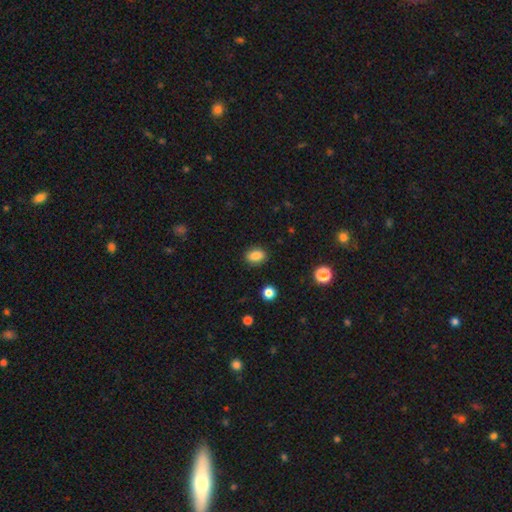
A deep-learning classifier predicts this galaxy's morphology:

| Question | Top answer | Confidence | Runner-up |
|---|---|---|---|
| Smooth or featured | smooth | 86% | star or artifact (10%) |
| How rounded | in between | 70% | round (29%) |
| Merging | none | 88% | minor disturbance (8%) |